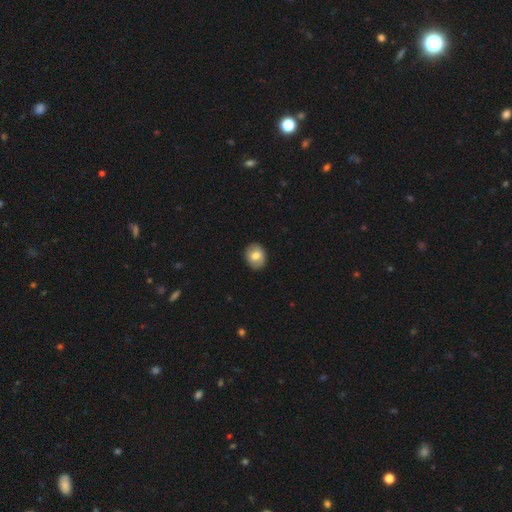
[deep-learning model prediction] Q: Smooth or featured?
A: smooth (71%); runner-up: featured or disk (22%)
Q: How rounded?
A: round (50%); runner-up: in between (49%)
Q: Merging?
A: none (86%); runner-up: minor disturbance (10%)